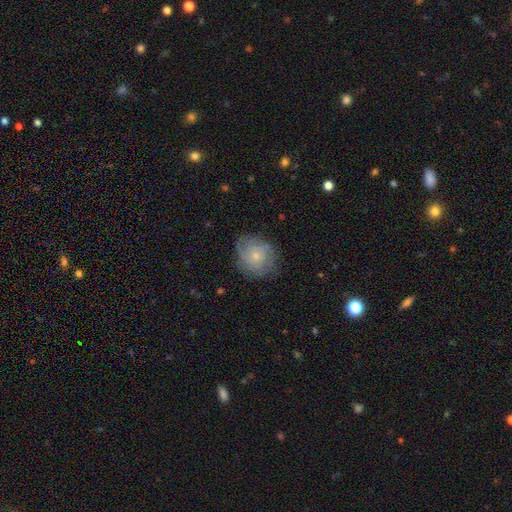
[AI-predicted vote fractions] smooth_or_featured: smooth (p=0.55) [alt: featured or disk p=0.37]
how_rounded: round (p=0.78) [alt: in between p=0.21]
merging: none (p=0.72) [alt: minor disturbance p=0.20]